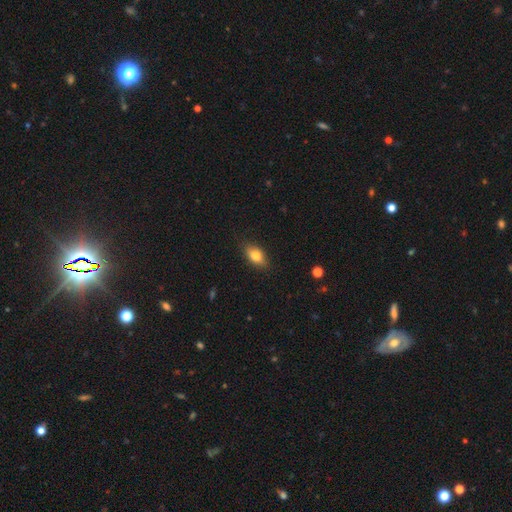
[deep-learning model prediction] Q: Smooth or featured?
A: smooth (76%); runner-up: featured or disk (16%)
Q: How rounded?
A: in between (84%); runner-up: round (8%)
Q: Merging?
A: none (84%); runner-up: minor disturbance (12%)